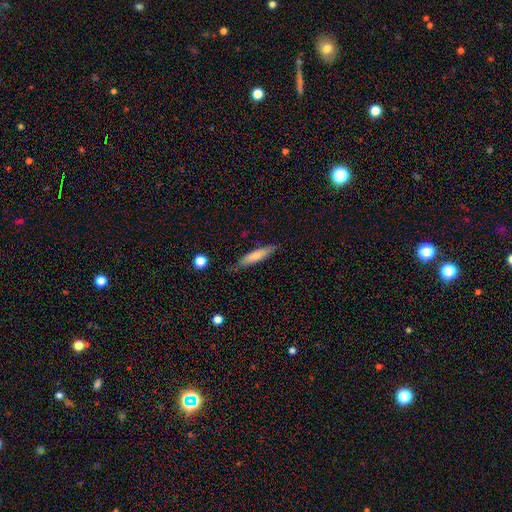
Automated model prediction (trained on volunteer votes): Smooth or featured?
  - smooth: 65% *
  - featured or disk: 28%
  - star or artifact: 6%
How rounded?
  - cigar-shaped: 84% *
  - in between: 15%
  - round: 2%
Merging?
  - none: 79% *
  - minor disturbance: 16%
  - major disturbance: 3%
  - merger: 2%